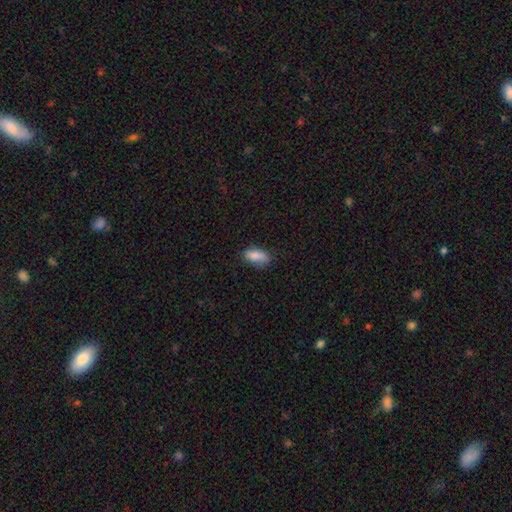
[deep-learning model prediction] smooth 86%, star or artifact 8%, featured or disk 6%. Down the decision tree: how rounded — in between (88%); merging — none (71%).